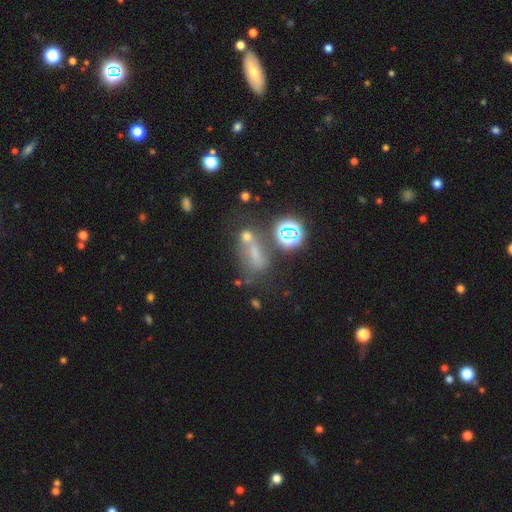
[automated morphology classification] A smooth galaxy with no disk features (49%). Merging: none (35%).